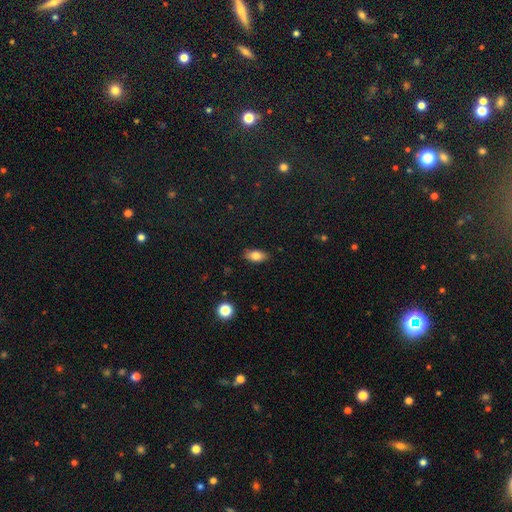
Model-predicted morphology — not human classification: Overall: smooth (81%). How rounded: in between (89%). Merging: none (85%).